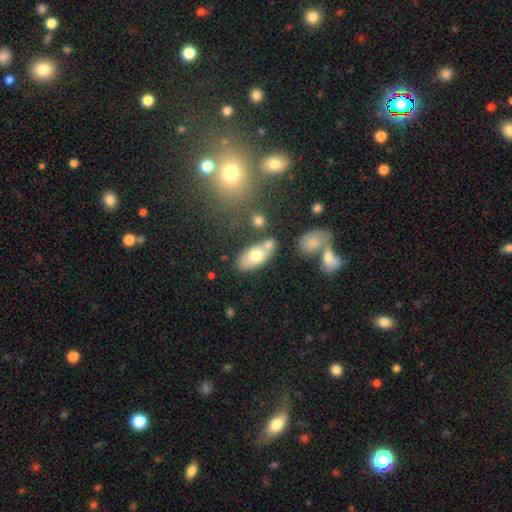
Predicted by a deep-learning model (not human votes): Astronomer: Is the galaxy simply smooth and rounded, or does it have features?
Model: smooth — 67%.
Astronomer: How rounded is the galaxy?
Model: in between — 89%.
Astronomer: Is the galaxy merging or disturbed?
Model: none — 56%.